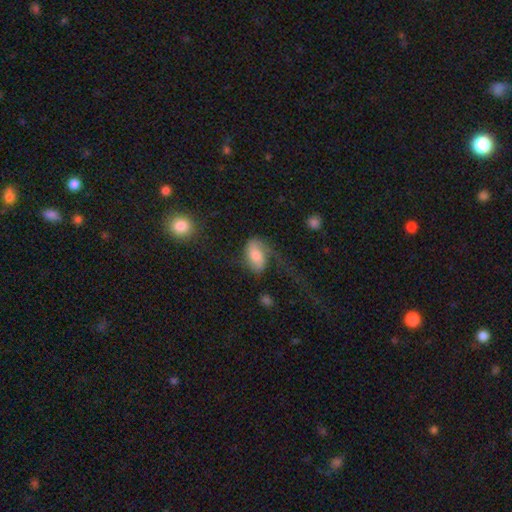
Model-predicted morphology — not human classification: Overall: featured or disk (47%; smooth 44%). Merging: major disturbance (40%; none 35%).